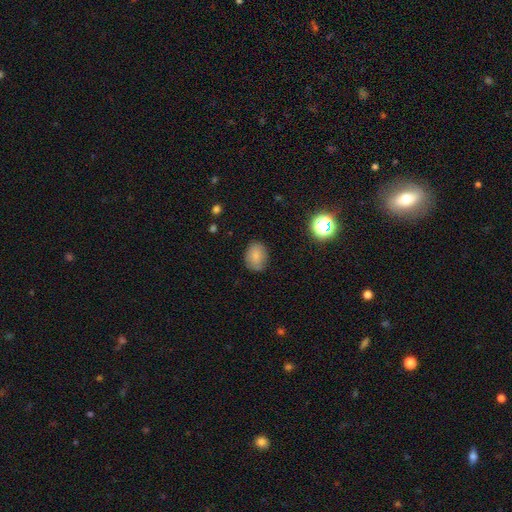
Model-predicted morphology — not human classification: Q: Smooth or featured?
A: smooth (81%); runner-up: star or artifact (10%)
Q: How rounded?
A: in between (62%); runner-up: round (37%)
Q: Merging?
A: none (77%); runner-up: minor disturbance (18%)